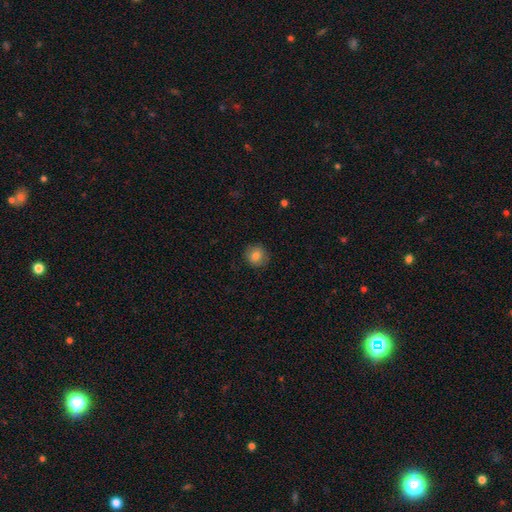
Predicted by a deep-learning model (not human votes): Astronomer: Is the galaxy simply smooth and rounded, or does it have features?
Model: smooth — 80%.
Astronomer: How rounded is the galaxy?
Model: round — 89%.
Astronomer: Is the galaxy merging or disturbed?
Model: none — 88%.